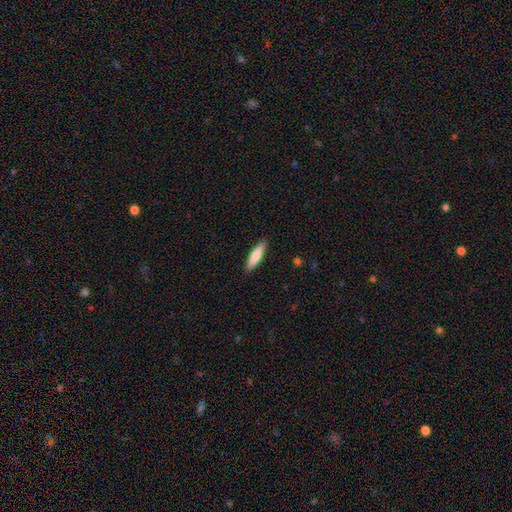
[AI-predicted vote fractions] This is likely a smooth galaxy (78%). How rounded: likely cigar-shaped (72%). Merging: clearly none (90%).